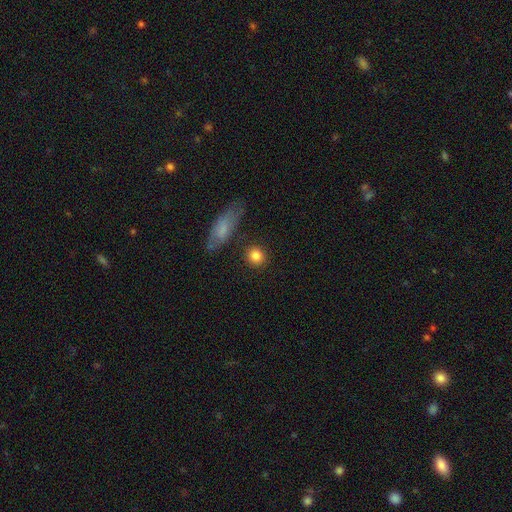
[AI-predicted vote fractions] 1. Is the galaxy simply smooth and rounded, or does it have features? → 84% smooth, 9% star or artifact, 7% featured or disk.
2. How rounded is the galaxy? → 86% round, 12% in between, 2% cigar-shaped.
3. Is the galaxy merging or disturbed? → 84% none, 8% minor disturbance, 4% merger, 3% major disturbance.